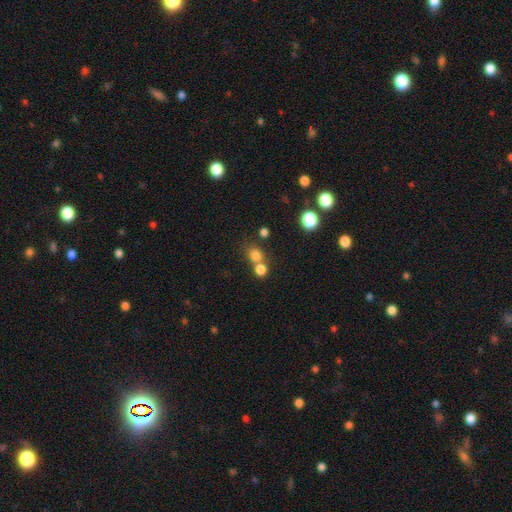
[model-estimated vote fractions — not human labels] Morphology: type=smooth (78%); roundness=round (77%); merging=none (50%).